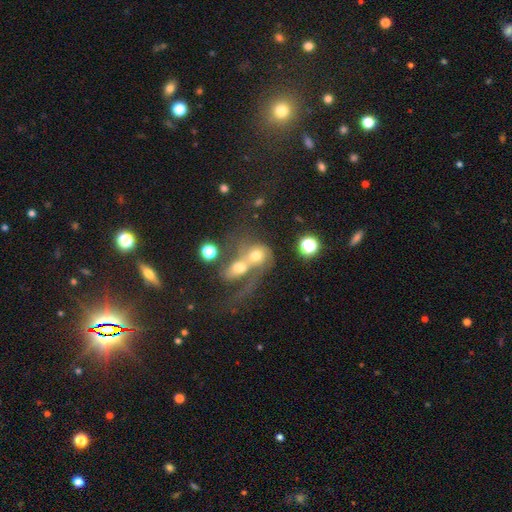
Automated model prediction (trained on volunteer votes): Overall: smooth (48%; featured or disk 38%). Merging: merger (76%).